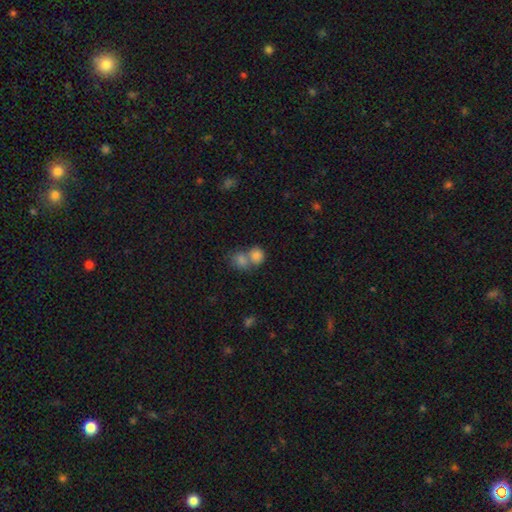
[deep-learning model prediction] Smooth or featured?
  - smooth: 82% *
  - star or artifact: 10%
  - featured or disk: 8%
How rounded?
  - round: 75% *
  - in between: 24%
  - cigar-shaped: 1%
Merging?
  - merger: 55% *
  - none: 35%
  - minor disturbance: 7%
  - major disturbance: 3%